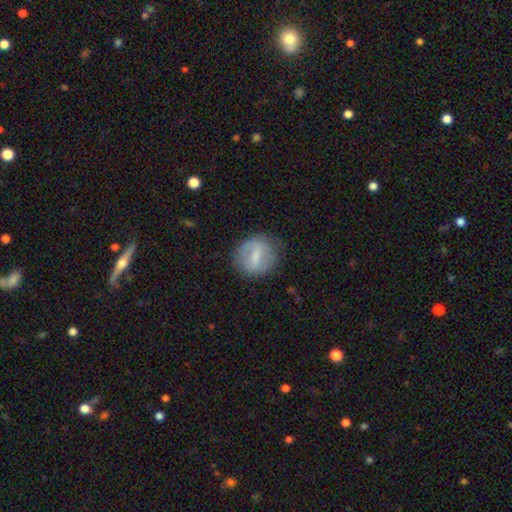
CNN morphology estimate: The model was most divided on "smooth or featured": featured or disk: 52%, smooth: 41%, star or artifact: 7%. More confident: edge-on disk — no (93%); merging — none (74%).